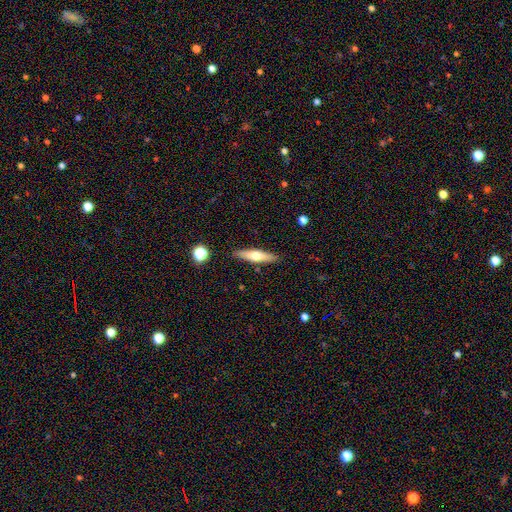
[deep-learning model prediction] A smooth galaxy with no disk features (50%).

Vote fractions:
- Smooth or featured? smooth: 50% / featured or disk: 44% / star or artifact: 6%
- Merging? none: 89% / minor disturbance: 8% / merger: 2% / major disturbance: 2%